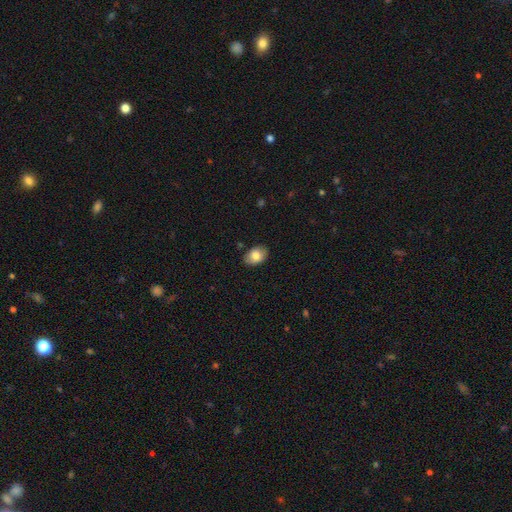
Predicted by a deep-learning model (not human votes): Smooth or featured? Predicted: smooth (p=0.82). How rounded? Predicted: in between (p=0.86). Merging? Predicted: none (p=0.84).